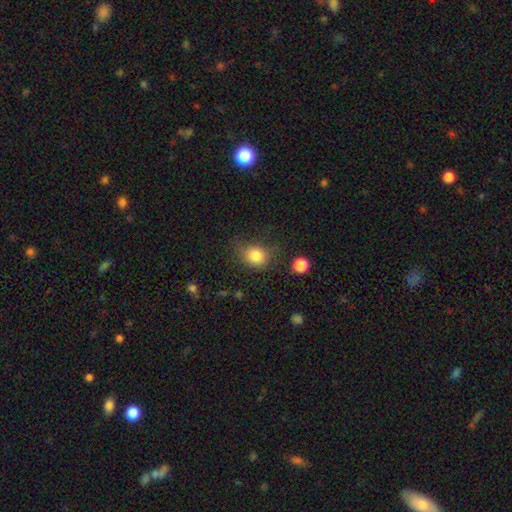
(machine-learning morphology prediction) smooth-or-featured: smooth: 81% | star or artifact: 11% | featured or disk: 7%
  how-rounded: round: 68% | in between: 31% | cigar-shaped: 1%
  merging: none: 65% | minor disturbance: 23% | major disturbance: 9% | merger: 4%